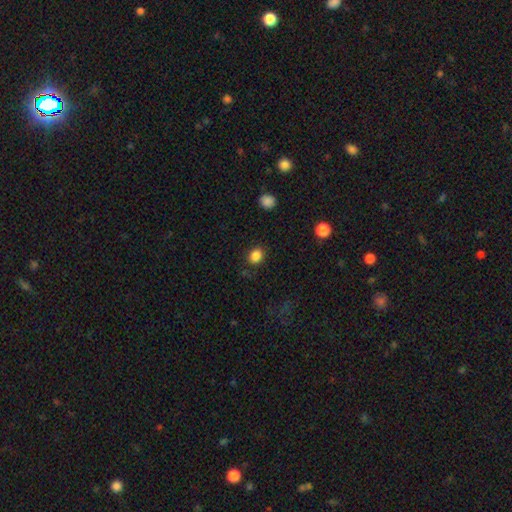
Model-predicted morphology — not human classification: Smooth or featured: smooth — 86% (star or artifact — 11%)
How rounded: round — 66% (in between — 33%)
Merging: none — 87% (minor disturbance — 9%)